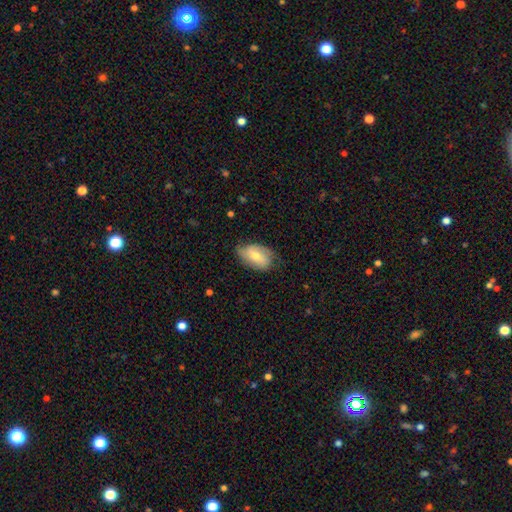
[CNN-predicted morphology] A smooth galaxy with no disk features (54%) that is in between round and cigar-shaped (89%).

Vote fractions:
- Smooth or featured? smooth: 54% / featured or disk: 39% / star or artifact: 7%
- How rounded? in between: 89% / round: 8% / cigar-shaped: 2%
- Merging? none: 65% / minor disturbance: 27% / major disturbance: 6% / merger: 1%